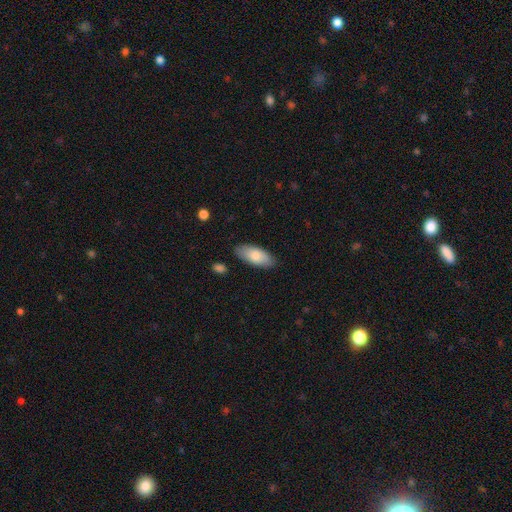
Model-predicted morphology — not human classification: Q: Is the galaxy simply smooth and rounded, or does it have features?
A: smooth — 81%.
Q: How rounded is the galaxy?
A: in between — 87%.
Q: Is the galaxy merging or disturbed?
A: none — 85%.